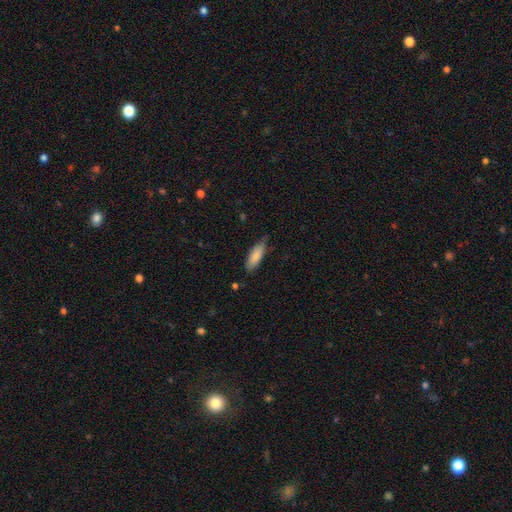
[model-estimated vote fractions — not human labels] Smooth or featured? smooth (84%)
How rounded? in between (56%)
Merging? none (73%)